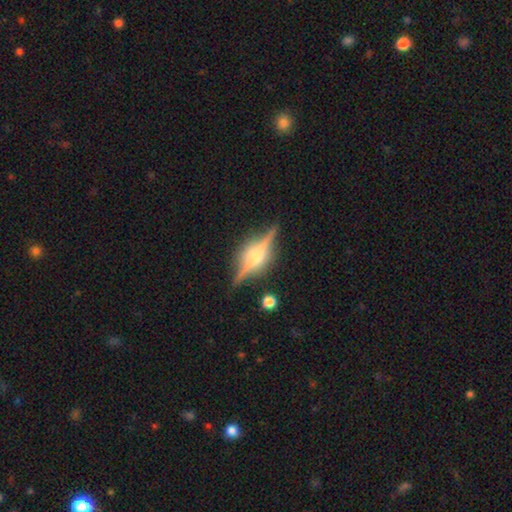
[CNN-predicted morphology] A featured or disk galaxy (85%) viewed edge-on (97%) with a rounded central bulge (87%).

Vote fractions:
- Smooth or featured? featured or disk: 85% / smooth: 9% / star or artifact: 6%
- Edge-on disk? yes: 97% / no: 3%
- Edge-on bulge? rounded: 87% / boxy: 11% / none: 3%
- Merging? none: 85% / minor disturbance: 10% / major disturbance: 3% / merger: 2%